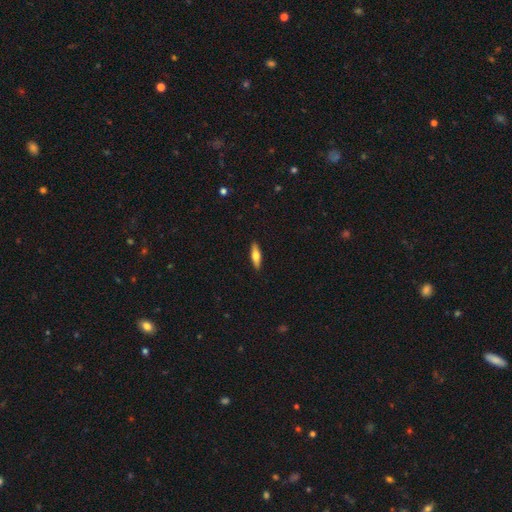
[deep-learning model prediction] Smooth or featured: smooth — 60% (featured or disk — 35%)
How rounded: cigar-shaped — 55% (in between — 43%)
Merging: none — 91% (minor disturbance — 7%)